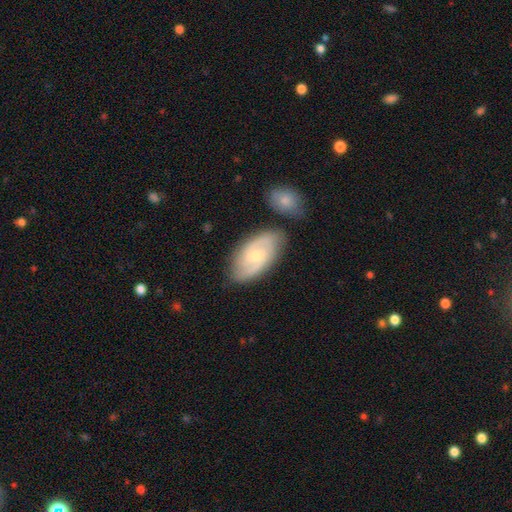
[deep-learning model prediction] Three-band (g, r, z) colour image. It shows a featured or disk galaxy (69%) with a weak bar (53%), 2 (79%) medium (48%) spiral arms (91%) and a small central bulge (62%). Merging: none (75%).